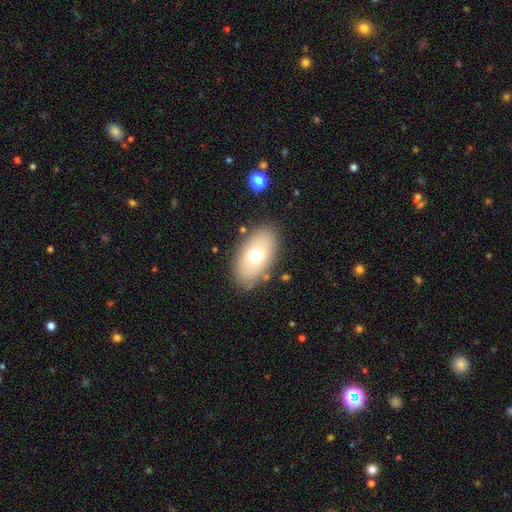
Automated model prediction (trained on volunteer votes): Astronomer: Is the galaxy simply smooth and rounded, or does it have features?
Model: smooth — 67%.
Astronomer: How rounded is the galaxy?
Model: in between — 92%.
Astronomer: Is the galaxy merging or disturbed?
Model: none — 83%.